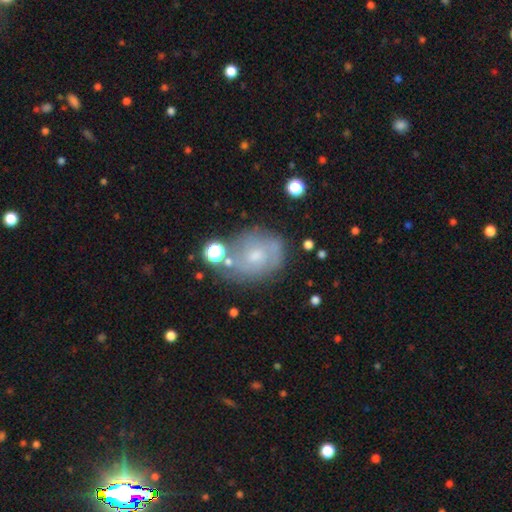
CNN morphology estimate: Q: Smooth or featured?
A: featured or disk (53%); runner-up: smooth (34%)
Q: Edge-on disk?
A: no (96%); runner-up: yes (4%)
Q: Bar?
A: no (70%); runner-up: weak (26%)
Q: Spiral arms?
A: yes (70%); runner-up: no (30%)
Q: Bulge size?
A: small (54%); runner-up: moderate (37%)
Q: Merging?
A: none (62%); runner-up: minor disturbance (21%)